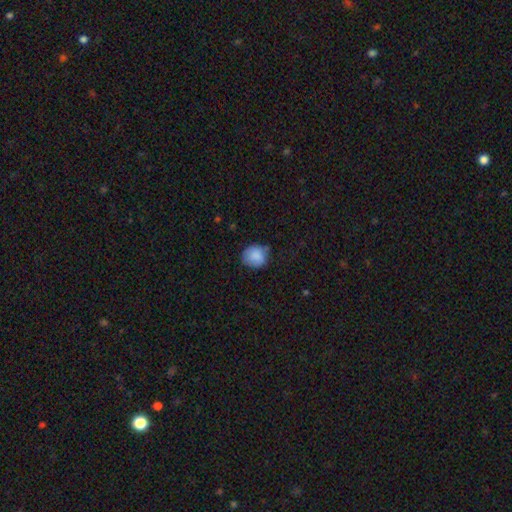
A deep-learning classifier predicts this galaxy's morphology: Smooth or featured? smooth (85%)
How rounded? round (78%)
Merging? none (65%)